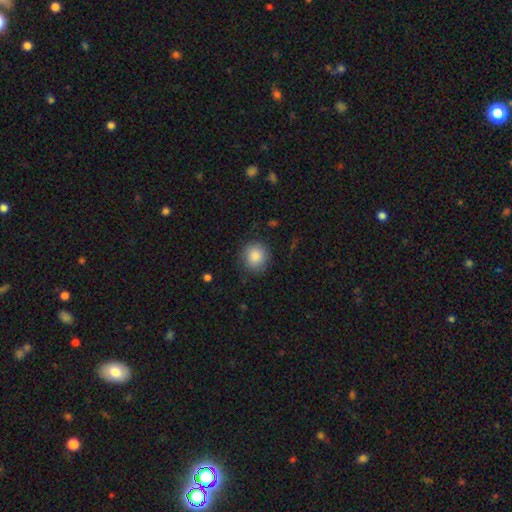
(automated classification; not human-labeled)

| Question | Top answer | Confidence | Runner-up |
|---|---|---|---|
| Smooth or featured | smooth | 87% | star or artifact (8%) |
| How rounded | round | 87% | in between (12%) |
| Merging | none | 84% | minor disturbance (12%) |